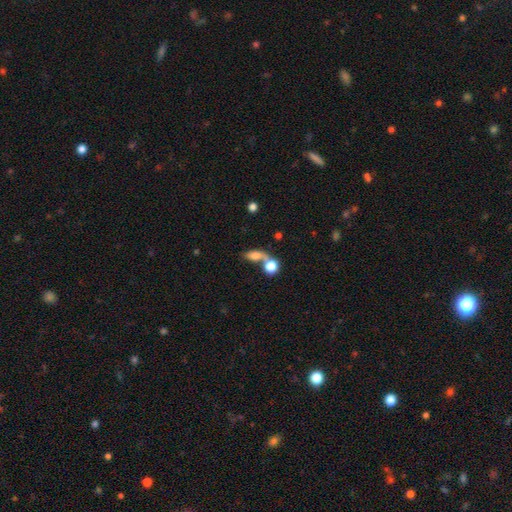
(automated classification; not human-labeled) A smooth galaxy with no disk features (72%) that is in between round and cigar-shaped (67%). Merging: merger (55%).